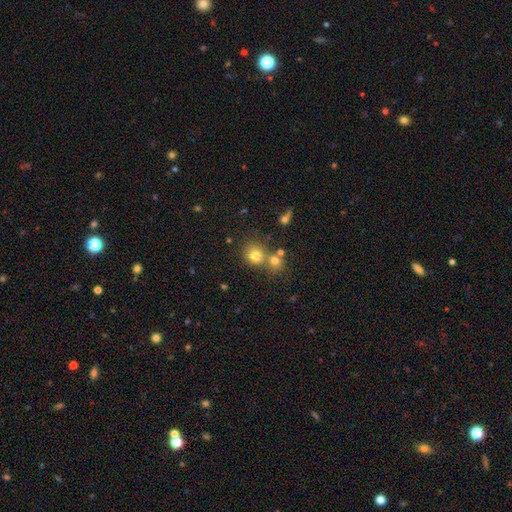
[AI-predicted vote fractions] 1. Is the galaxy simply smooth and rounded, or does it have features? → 76% smooth, 14% star or artifact, 9% featured or disk.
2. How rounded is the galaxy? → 82% round, 17% in between, 1% cigar-shaped.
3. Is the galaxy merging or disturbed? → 54% none, 33% merger, 9% minor disturbance, 4% major disturbance.